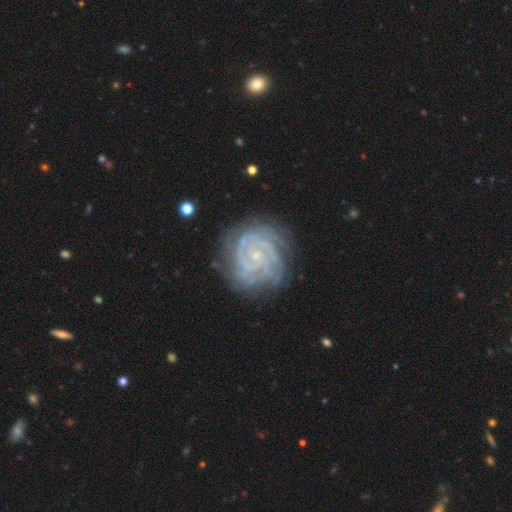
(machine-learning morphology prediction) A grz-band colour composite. It shows a featured or disk galaxy (88%) with no bar (70%), 2 (23%) tight (81%) spiral arms (98%) and a small central bulge (84%). Merging: none (79%).